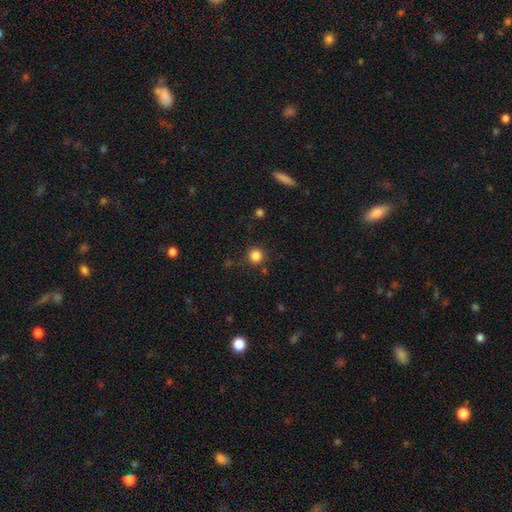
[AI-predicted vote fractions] This is clearly a smooth galaxy (84%). How rounded: clearly round (94%). Merging: clearly none (87%).